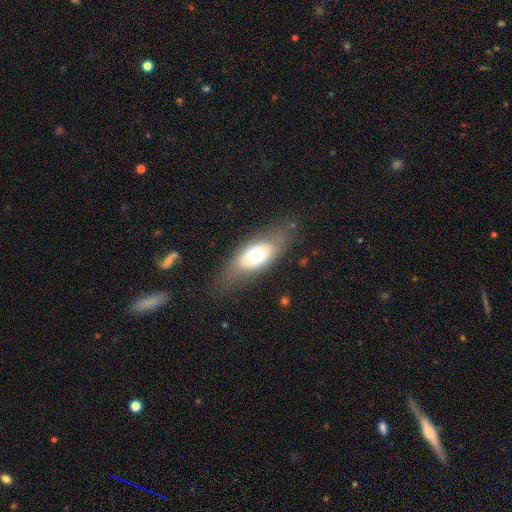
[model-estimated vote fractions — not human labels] This appears to be a smooth galaxy with no disk features (57%) that is in between round and cigar-shaped (81%). Merging: none (73%).